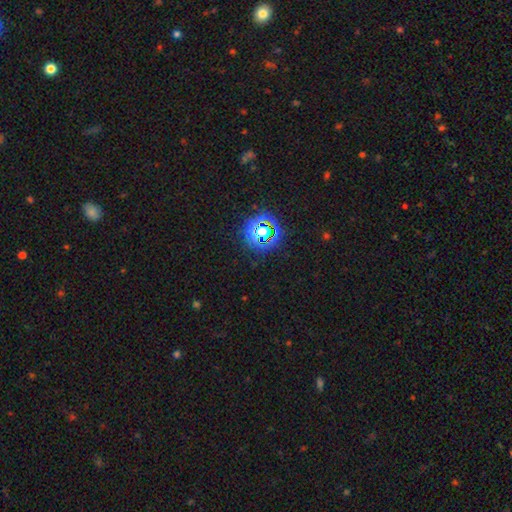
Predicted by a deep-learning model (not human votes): Smooth or featured? star or artifact (78%)